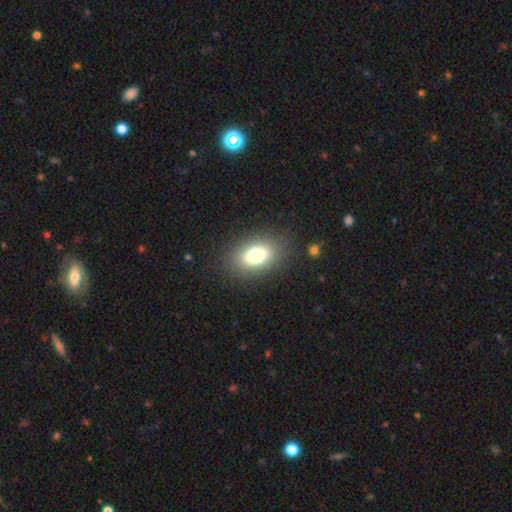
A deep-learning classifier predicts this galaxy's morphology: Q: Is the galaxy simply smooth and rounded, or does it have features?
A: smooth — 78%.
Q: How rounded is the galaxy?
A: in between — 85%.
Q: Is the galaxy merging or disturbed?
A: none — 84%.